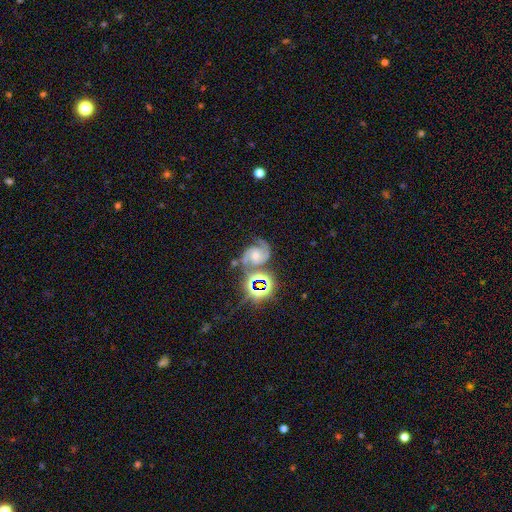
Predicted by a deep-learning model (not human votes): A featured or disk galaxy (76%) with no bar (61%), 2 (87%) medium (53%) spiral arms (97%) and a moderate central bulge (53%). Merging: none (56%).